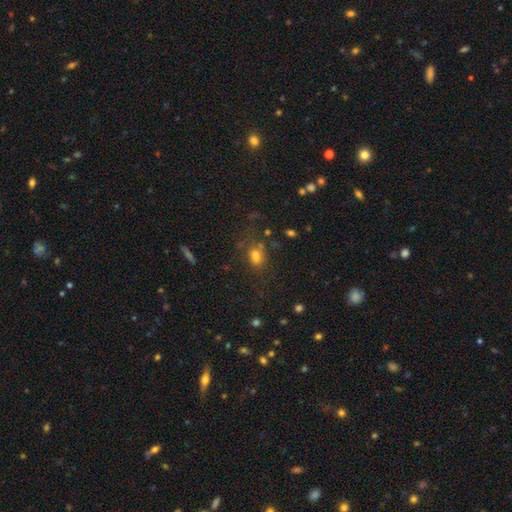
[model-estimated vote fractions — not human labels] A smooth galaxy with no disk features (70%) that is in between round and cigar-shaped (71%).

Vote fractions:
- Smooth or featured? smooth: 70% / star or artifact: 18% / featured or disk: 12%
- How rounded? in between: 71% / round: 26% / cigar-shaped: 3%
- Merging? none: 57% / minor disturbance: 19% / major disturbance: 14% / merger: 10%